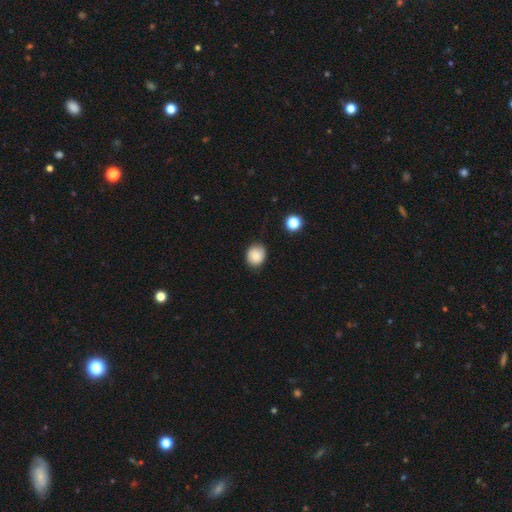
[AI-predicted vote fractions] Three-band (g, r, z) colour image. It shows a smooth galaxy with no disk features (78%) that is round (70%). Merging: none (78%).